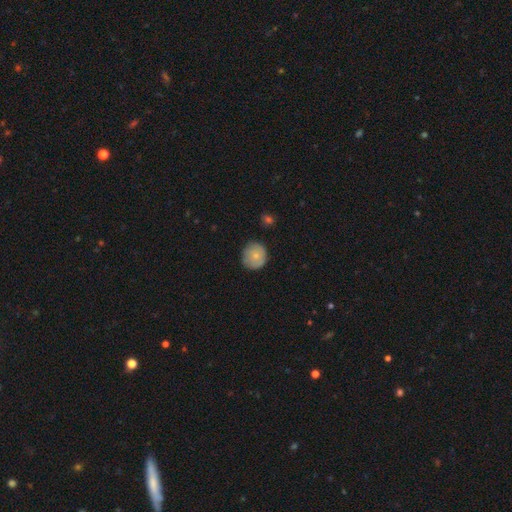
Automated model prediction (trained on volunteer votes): Smooth or featured?
  - smooth: 76% *
  - featured or disk: 16%
  - star or artifact: 8%
How rounded?
  - round: 89% *
  - in between: 10%
  - cigar-shaped: 1%
Merging?
  - none: 80% *
  - minor disturbance: 16%
  - major disturbance: 3%
  - merger: 1%